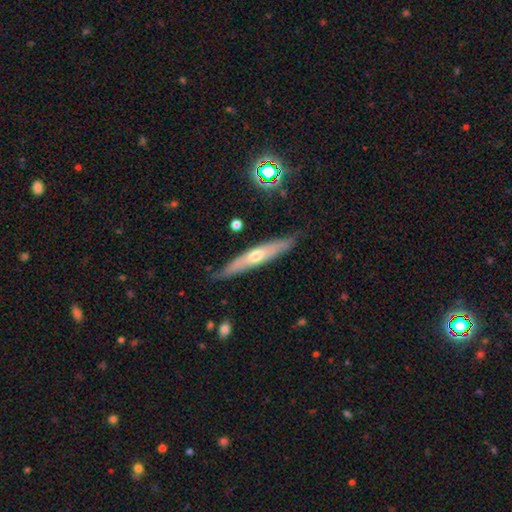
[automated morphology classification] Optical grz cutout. It shows a featured or disk galaxy (60%) viewed edge-on (86%) with a rounded central bulge (81%). Merging: none (84%).